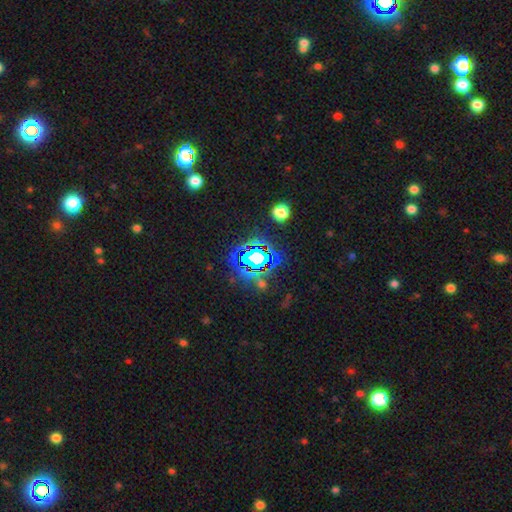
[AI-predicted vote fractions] A star or artifact, not a galaxy (72%).

Vote fractions:
- Smooth or featured? star or artifact: 72% / smooth: 16% / featured or disk: 12%